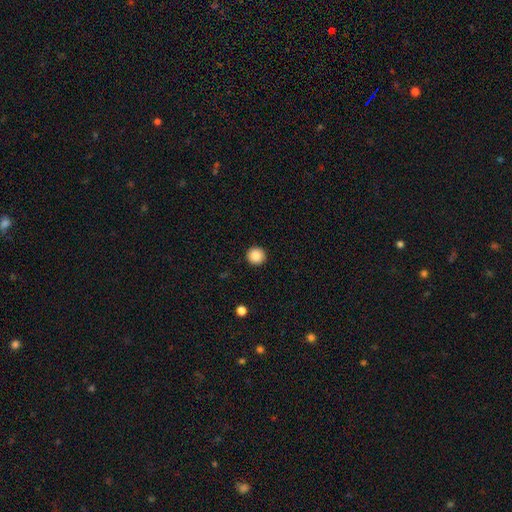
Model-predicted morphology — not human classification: smooth 88%, star or artifact 9%, featured or disk 3%. Down the decision tree: how rounded — round (95%); merging — none (93%).